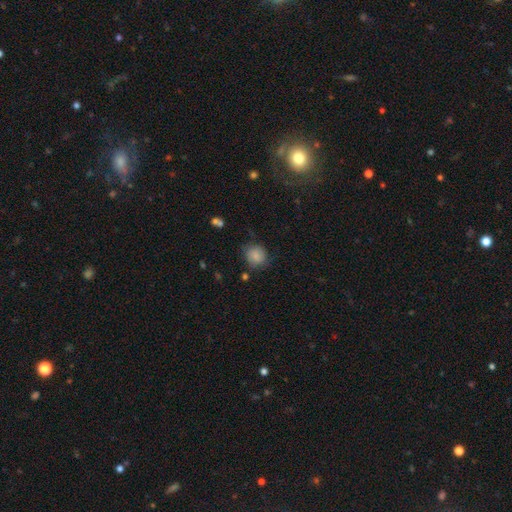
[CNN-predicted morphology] This appears to be a smooth galaxy with no disk features (82%) that is round (83%). Merging: none (70%).